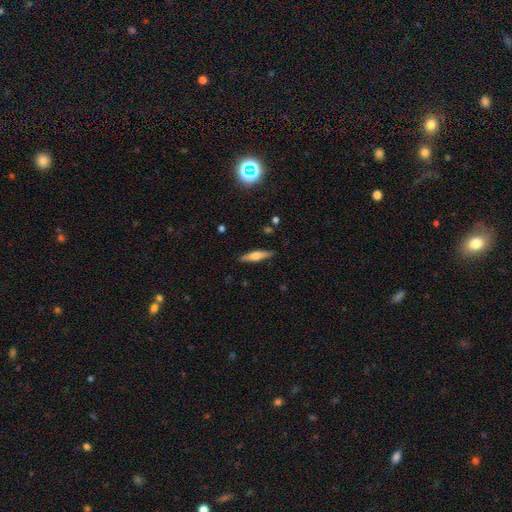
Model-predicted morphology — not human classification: This is possibly a smooth galaxy (47%, tied with featured or disk). Merging: clearly none (88%).